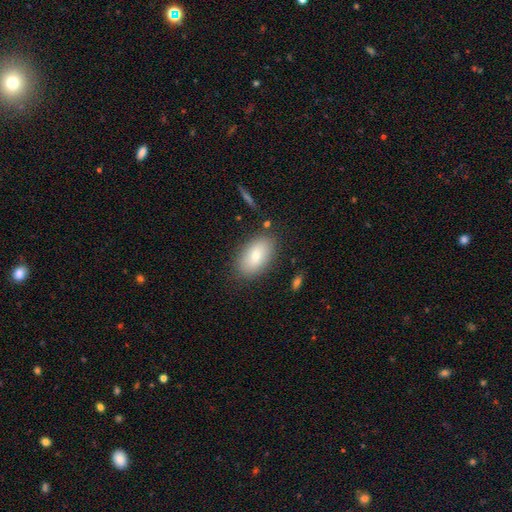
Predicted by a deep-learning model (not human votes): This appears to be a smooth galaxy with no disk features (79%) that is in between round and cigar-shaped (92%). Merging: none (82%).